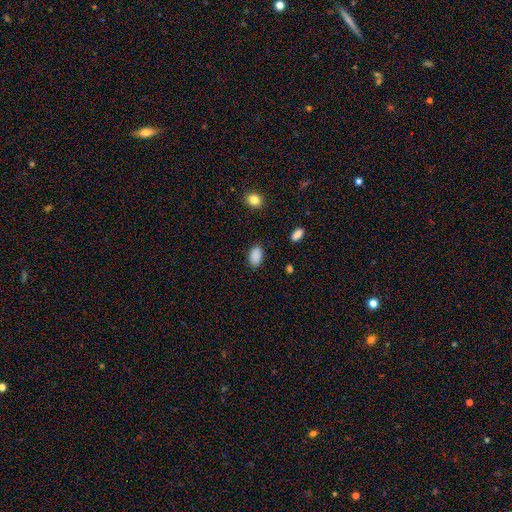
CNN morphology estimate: type=smooth (89%); roundness=in between (91%); merging=none (84%).